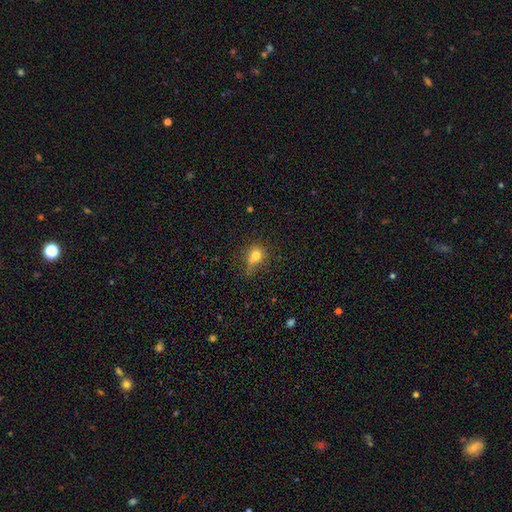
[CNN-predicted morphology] Smooth or featured?
  - smooth: 73% *
  - star or artifact: 15%
  - featured or disk: 11%
How rounded?
  - round: 68% *
  - in between: 30%
  - cigar-shaped: 2%
Merging?
  - none: 47% *
  - minor disturbance: 23%
  - merger: 18%
  - major disturbance: 12%